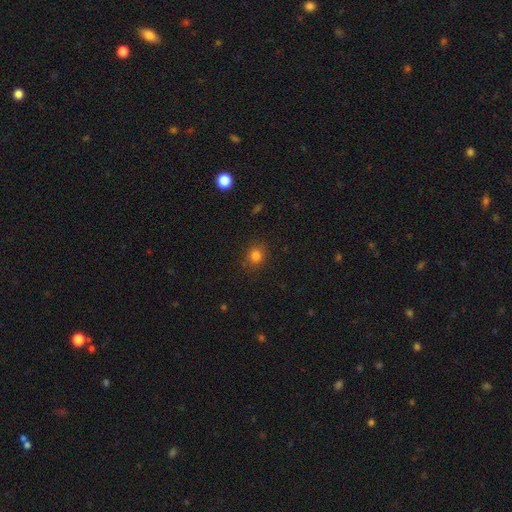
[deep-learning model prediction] smooth_or_featured: smooth (p=0.81) [alt: star or artifact p=0.14]
how_rounded: round (p=0.78) [alt: in between p=0.21]
merging: none (p=0.86) [alt: minor disturbance p=0.10]